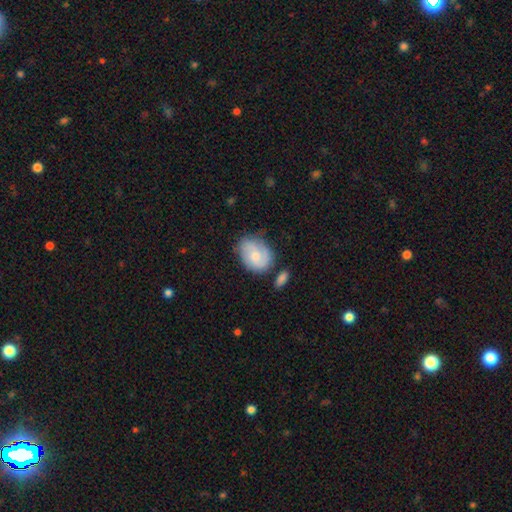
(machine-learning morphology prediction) Smooth or featured?
  - featured or disk: 49% *
  - smooth: 45%
  - star or artifact: 6%
Merging?
  - none: 62% *
  - minor disturbance: 24%
  - merger: 7%
  - major disturbance: 7%